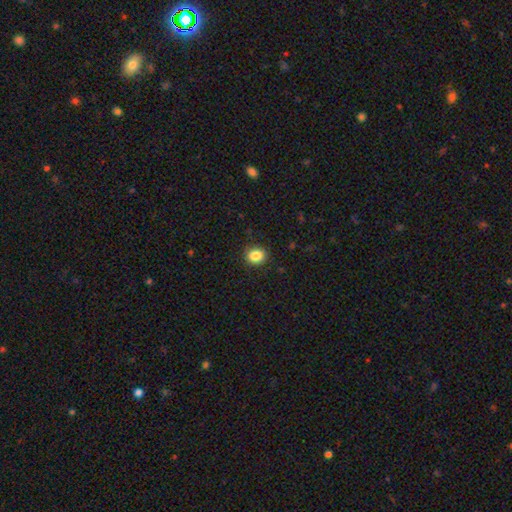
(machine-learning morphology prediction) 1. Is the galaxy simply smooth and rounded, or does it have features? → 86% smooth, 9% star or artifact, 5% featured or disk.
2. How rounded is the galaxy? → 70% round, 29% in between, 1% cigar-shaped.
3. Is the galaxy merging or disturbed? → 89% none, 8% minor disturbance, 2% major disturbance, 1% merger.